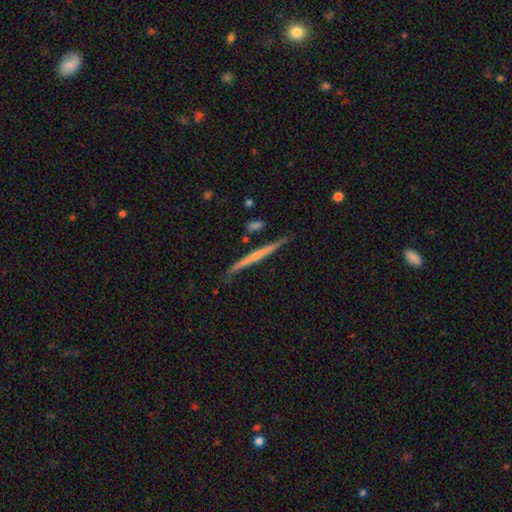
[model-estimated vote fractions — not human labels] This is possibly a featured or disk galaxy (57%). It is clearly viewed edge-on (97%). Edge-on bulge: likely none (76%). Merging: clearly none (84%).